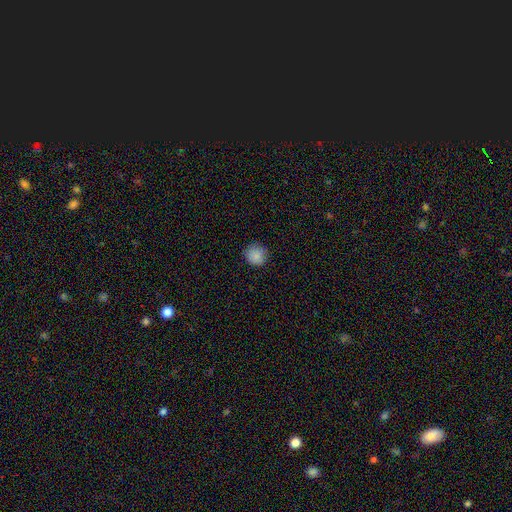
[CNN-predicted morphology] smooth-or-featured: smooth: 87% | star or artifact: 9% | featured or disk: 3%
  how-rounded: round: 93% | in between: 6% | cigar-shaped: 1%
  merging: none: 88% | minor disturbance: 9% | major disturbance: 2% | merger: 1%